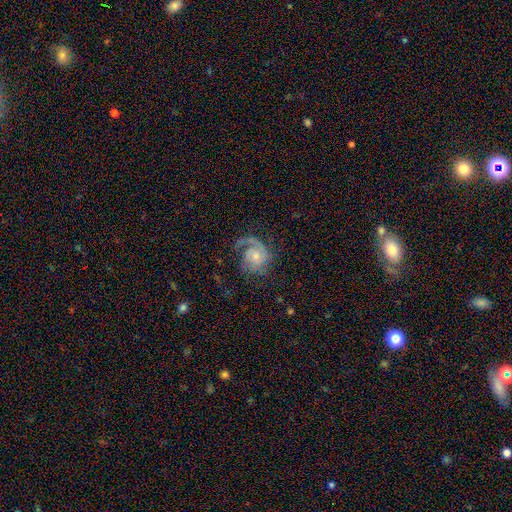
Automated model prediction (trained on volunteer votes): Smooth or featured: featured or disk — 77% (smooth — 16%)
Edge-on disk: no — 98% (yes — 2%)
Bar: no — 74% (weak — 23%)
Spiral arms: yes — 94% (no — 6%)
Spiral winding: medium — 40% (tight — 34%)
Spiral arm count: 1 — 62% (2 — 22%)
Bulge size: small — 53% (moderate — 37%)
Merging: none — 54% (major disturbance — 25%)